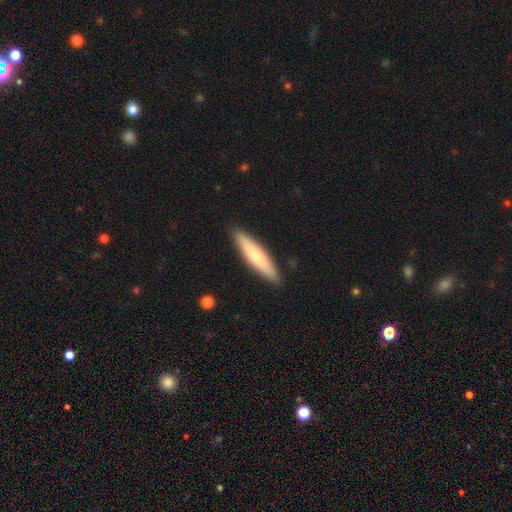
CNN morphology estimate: smooth-or-featured: smooth: 69% | featured or disk: 26% | star or artifact: 5%
  how-rounded: cigar-shaped: 84% | in between: 15% | round: 1%
  merging: none: 90% | minor disturbance: 8% | major disturbance: 2% | merger: 1%